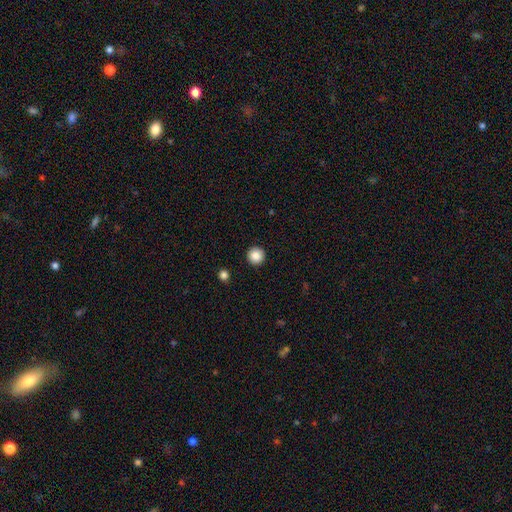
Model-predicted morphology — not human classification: A smooth galaxy with no disk features (87%) that is round (96%).

Vote fractions:
- Smooth or featured? smooth: 87% / star or artifact: 9% / featured or disk: 4%
- How rounded? round: 96% / in between: 3% / cigar-shaped: 1%
- Merging? none: 93% / minor disturbance: 4% / major disturbance: 1% / merger: 1%